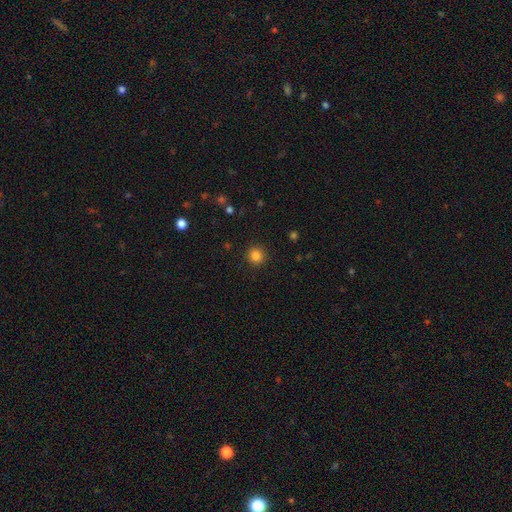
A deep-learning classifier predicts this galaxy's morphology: Smooth or featured: smooth — 84% (star or artifact — 12%)
How rounded: round — 93% (in between — 6%)
Merging: none — 91% (minor disturbance — 6%)